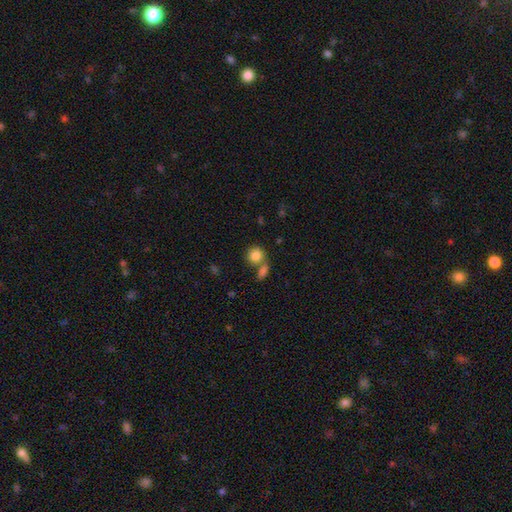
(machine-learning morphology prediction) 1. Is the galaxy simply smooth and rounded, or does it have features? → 84% smooth, 9% star or artifact, 7% featured or disk.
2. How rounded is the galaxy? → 81% round, 18% in between, 1% cigar-shaped.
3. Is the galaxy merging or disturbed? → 51% none, 35% merger, 10% minor disturbance, 4% major disturbance.